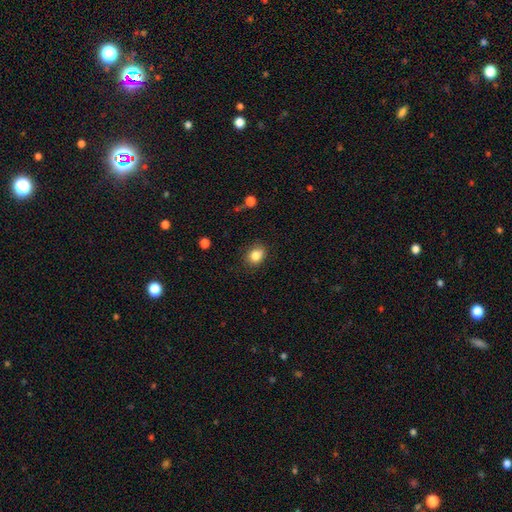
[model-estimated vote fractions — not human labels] Smooth or featured? smooth (84%)
How rounded? round (52%)
Merging? none (83%)